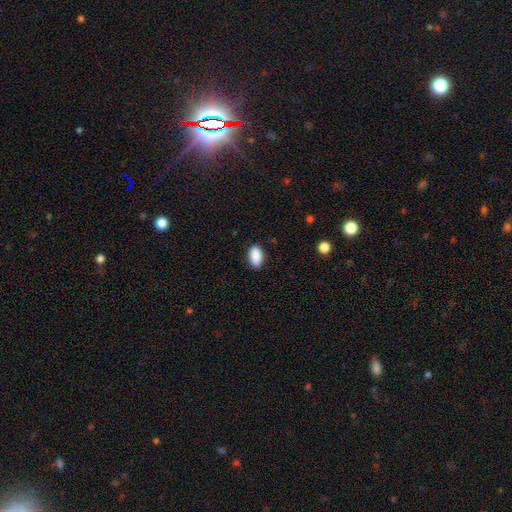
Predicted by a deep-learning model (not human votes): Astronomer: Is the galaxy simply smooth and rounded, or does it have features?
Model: smooth — 90%.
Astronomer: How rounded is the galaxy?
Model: in between — 93%.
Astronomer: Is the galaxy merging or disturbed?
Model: none — 87%.